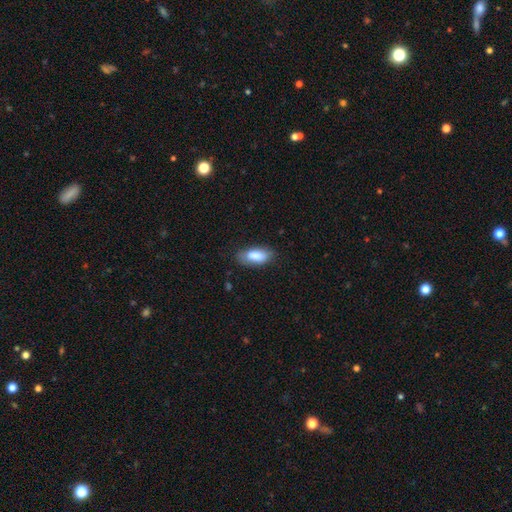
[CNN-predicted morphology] A smooth galaxy with no disk features (84%) that is in between round and cigar-shaped (84%).

Vote fractions:
- Smooth or featured? smooth: 84% / featured or disk: 10% / star or artifact: 7%
- How rounded? in between: 84% / cigar-shaped: 14% / round: 3%
- Merging? none: 75% / minor disturbance: 19% / major disturbance: 4% / merger: 2%